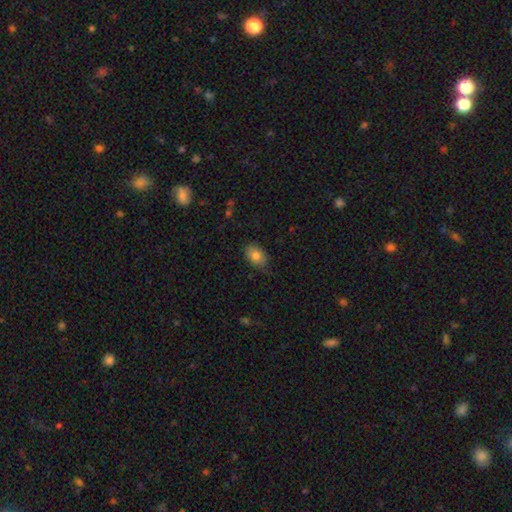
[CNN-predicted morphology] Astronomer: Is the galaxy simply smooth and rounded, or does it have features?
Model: smooth — 83%.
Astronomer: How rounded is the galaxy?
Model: in between — 83%.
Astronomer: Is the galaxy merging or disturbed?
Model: none — 77%.